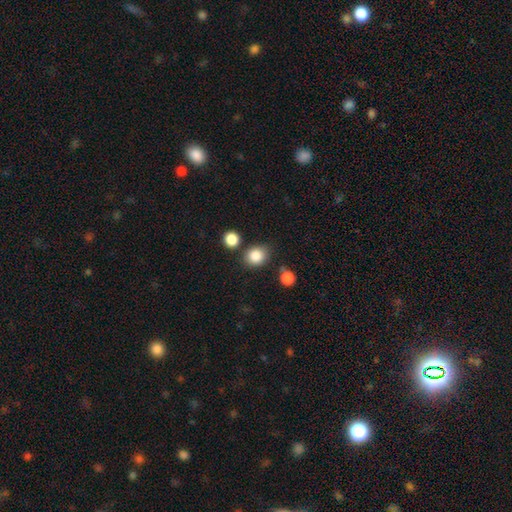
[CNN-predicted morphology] A smooth galaxy with no disk features (86%) that is round (69%).

Vote fractions:
- Smooth or featured? smooth: 86% / star or artifact: 10% / featured or disk: 5%
- How rounded? round: 69% / in between: 30% / cigar-shaped: 1%
- Merging? none: 75% / minor disturbance: 13% / merger: 8% / major disturbance: 4%